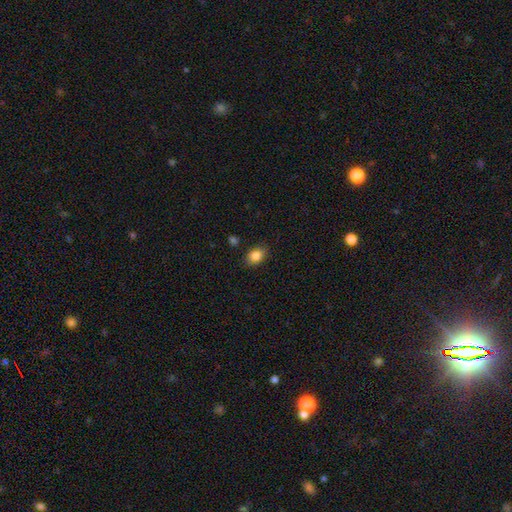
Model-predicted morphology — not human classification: smooth_or_featured: smooth (p=0.85) [alt: star or artifact p=0.09]
how_rounded: in between (p=0.64) [alt: round p=0.35]
merging: none (p=0.85) [alt: minor disturbance p=0.11]